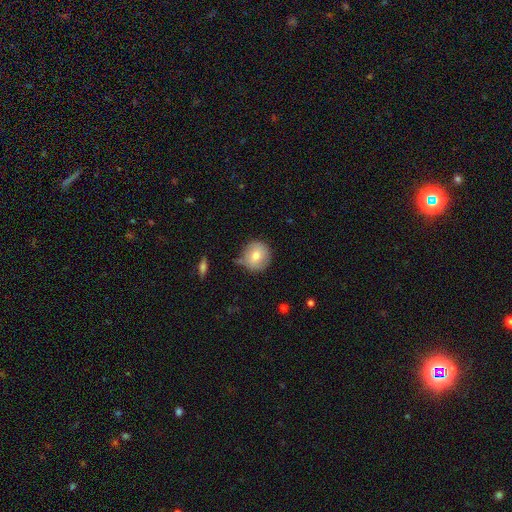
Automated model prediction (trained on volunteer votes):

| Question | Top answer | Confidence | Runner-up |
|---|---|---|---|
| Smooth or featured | smooth | 74% | featured or disk (18%) |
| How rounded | round | 91% | in between (8%) |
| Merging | none | 75% | minor disturbance (17%) |